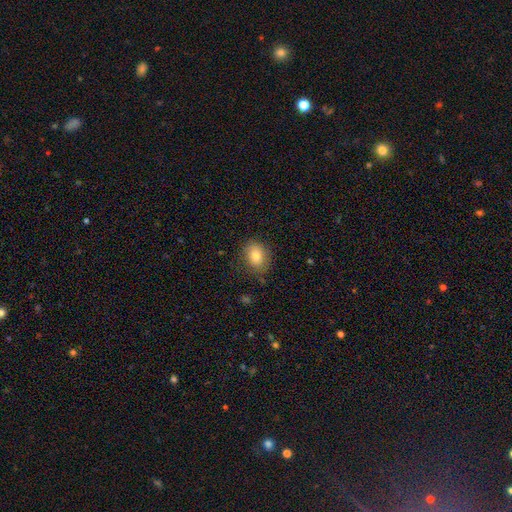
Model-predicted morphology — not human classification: The model was most divided on "how rounded": in between: 57%, round: 42%, cigar-shaped: 1%. More confident: merging — none (80%); smooth or featured — smooth (80%).